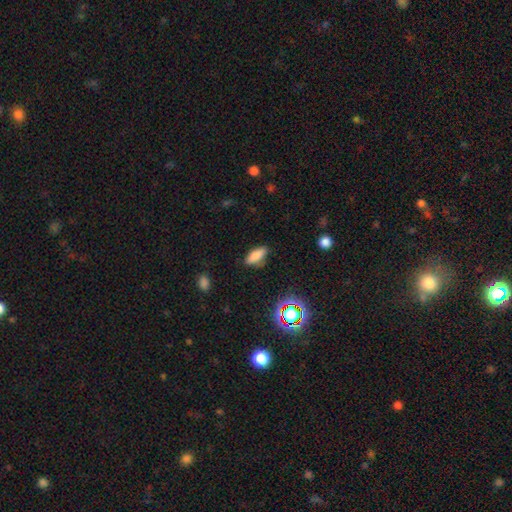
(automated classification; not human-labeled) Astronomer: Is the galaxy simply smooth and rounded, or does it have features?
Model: smooth — 79%.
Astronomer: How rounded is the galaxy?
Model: in between — 75%.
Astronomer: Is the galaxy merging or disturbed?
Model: none — 80%.